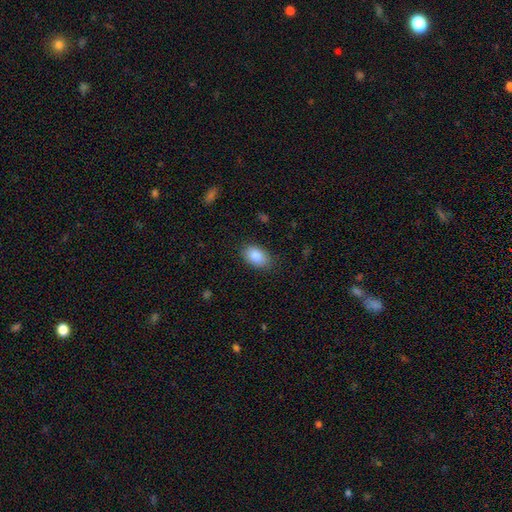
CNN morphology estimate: smooth_or_featured: smooth (p=0.88) [alt: star or artifact p=0.07]
how_rounded: in between (p=0.91) [alt: round p=0.08]
merging: none (p=0.84) [alt: minor disturbance p=0.12]